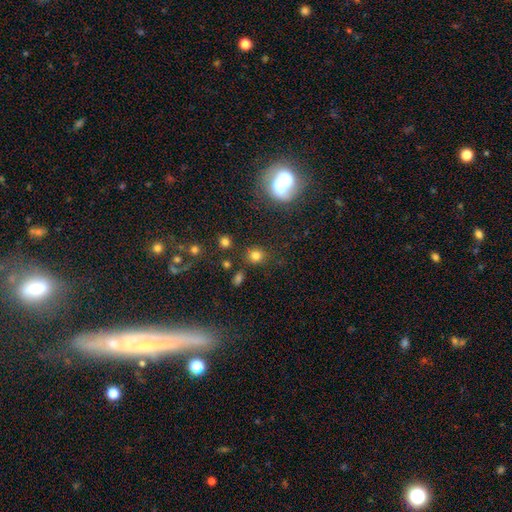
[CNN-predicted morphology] This appears to be a smooth galaxy with no disk features (78%) that is round (83%). Merging: none (81%).